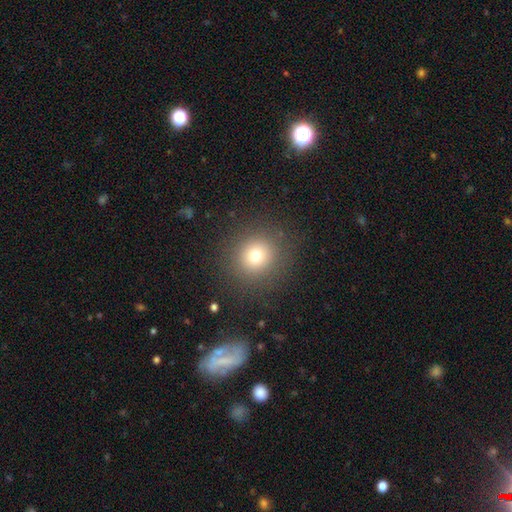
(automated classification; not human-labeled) Smooth or featured? smooth (73%)
How rounded? round (92%)
Merging? none (87%)